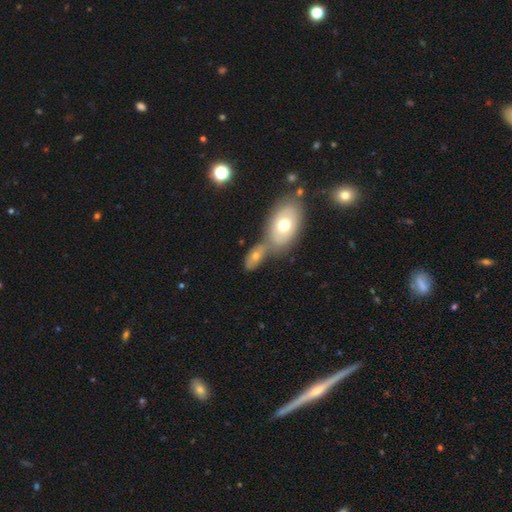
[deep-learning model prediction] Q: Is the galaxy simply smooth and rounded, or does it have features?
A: smooth — 60%.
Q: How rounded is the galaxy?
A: in between — 85%.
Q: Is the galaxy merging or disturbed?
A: merger — 43%.